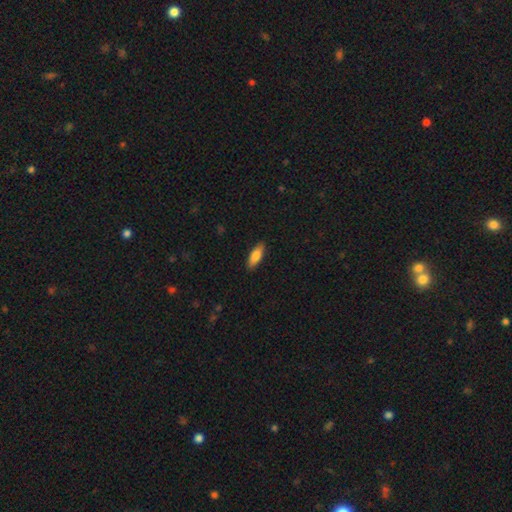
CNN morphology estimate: This appears to be a smooth galaxy with no disk features (80%) that is in between round and cigar-shaped (60%). Merging: none (89%).